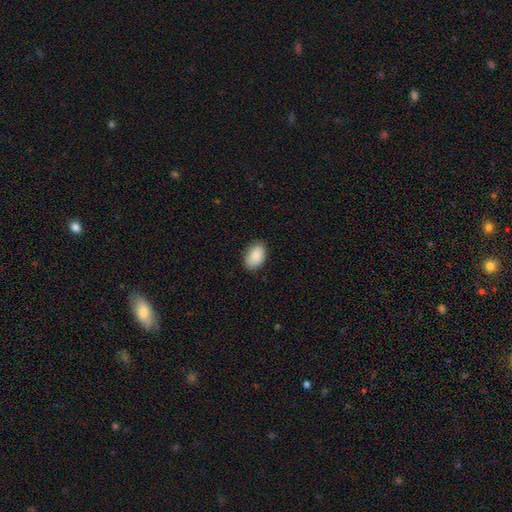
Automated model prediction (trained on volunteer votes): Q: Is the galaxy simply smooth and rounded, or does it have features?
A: smooth — 89%.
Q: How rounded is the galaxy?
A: in between — 92%.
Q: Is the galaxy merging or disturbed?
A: none — 85%.